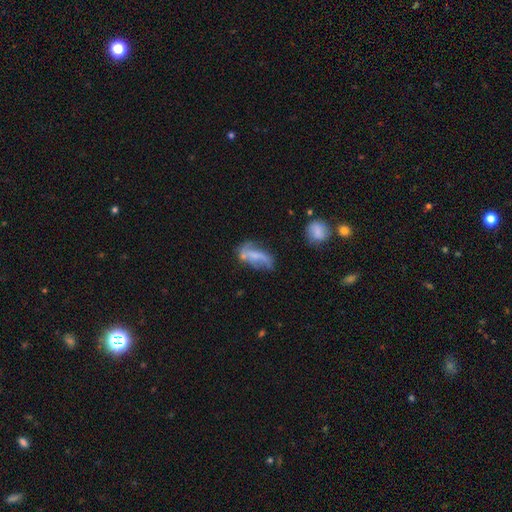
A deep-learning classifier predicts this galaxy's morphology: The model was most divided on "merging": none: 37%, minor disturbance: 27%, major disturbance: 25%, merger: 11%. More confident: edge-on disk — no (90%); smooth or featured — featured or disk (54%).